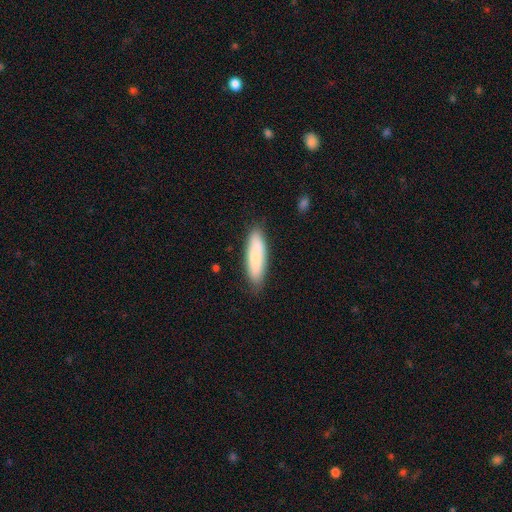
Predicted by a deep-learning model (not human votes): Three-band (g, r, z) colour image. It shows a smooth galaxy with no disk features (79%) that is cigar-shaped (60%). Merging: none (83%).